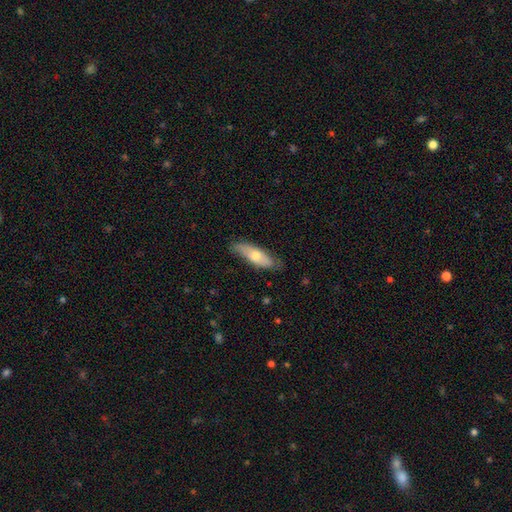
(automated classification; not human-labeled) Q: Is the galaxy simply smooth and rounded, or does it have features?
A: smooth — 58%.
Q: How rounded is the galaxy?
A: in between — 53%.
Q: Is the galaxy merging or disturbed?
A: none — 75%.